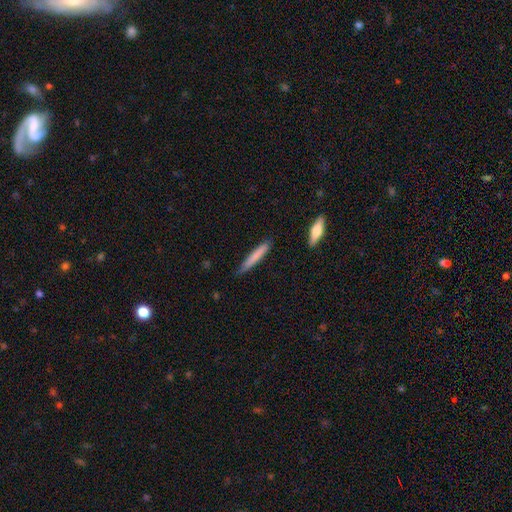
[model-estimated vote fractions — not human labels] Smooth or featured?
  - smooth: 75% *
  - featured or disk: 19%
  - star or artifact: 6%
How rounded?
  - cigar-shaped: 94% *
  - in between: 5%
  - round: 1%
Merging?
  - none: 80% *
  - minor disturbance: 16%
  - major disturbance: 2%
  - merger: 2%